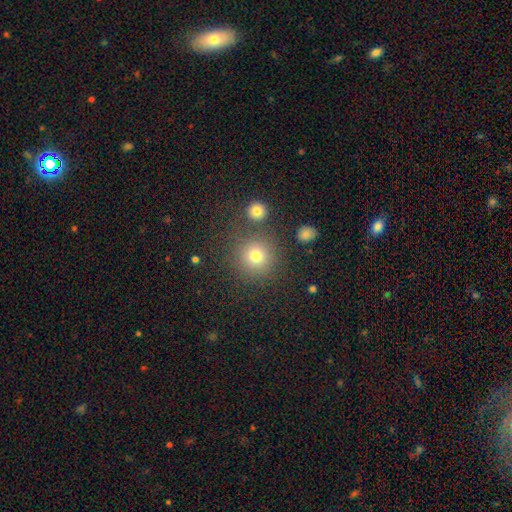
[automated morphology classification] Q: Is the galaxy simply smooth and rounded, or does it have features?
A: smooth — 76%.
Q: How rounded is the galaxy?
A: round — 94%.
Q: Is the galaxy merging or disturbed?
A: none — 83%.